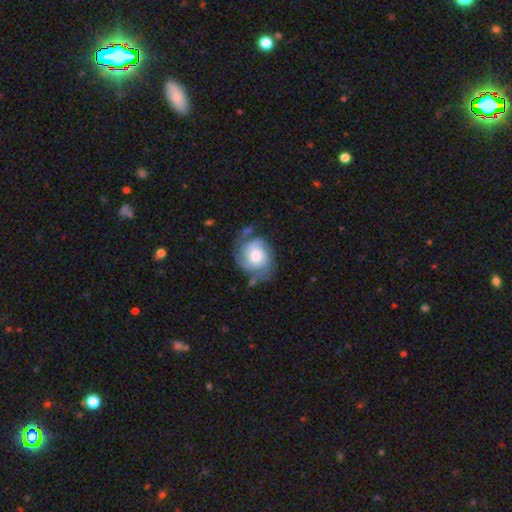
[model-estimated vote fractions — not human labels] featured or disk 75%, smooth 19%, star or artifact 6%. Down the decision tree: edge-on disk — no (97%); bar — no (70%); spiral arms — yes (93%); spiral arm count — can't tell (29%); spiral winding — tight (61%); bulge size — moderate (65%); merging — none (59%).